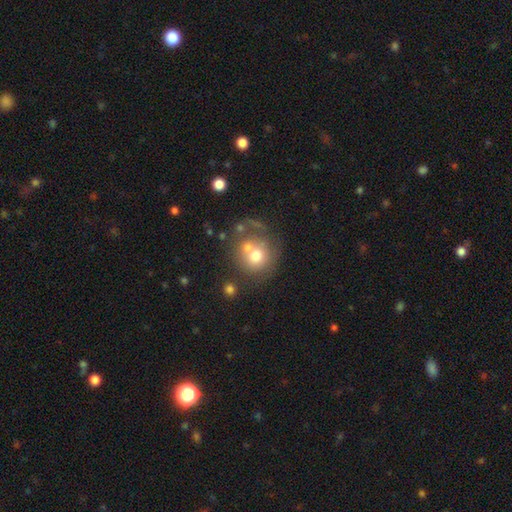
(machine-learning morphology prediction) Q: Smooth or featured?
A: smooth (64%); runner-up: featured or disk (25%)
Q: How rounded?
A: round (85%); runner-up: in between (14%)
Q: Merging?
A: none (39%); runner-up: merger (34%)